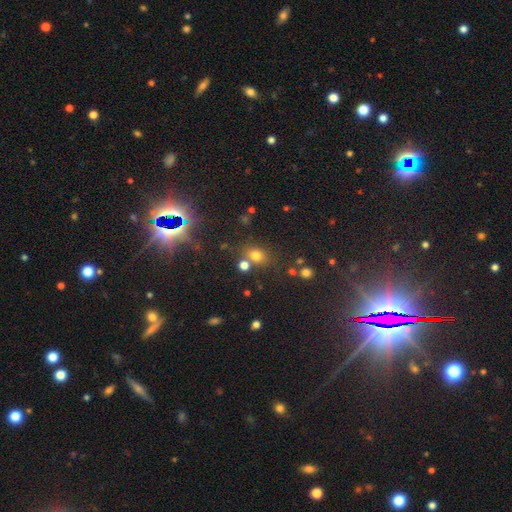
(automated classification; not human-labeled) The model was most divided on "how rounded": round: 52%, in between: 46%, cigar-shaped: 1%. More confident: smooth or featured — smooth (69%); merging — none (67%).